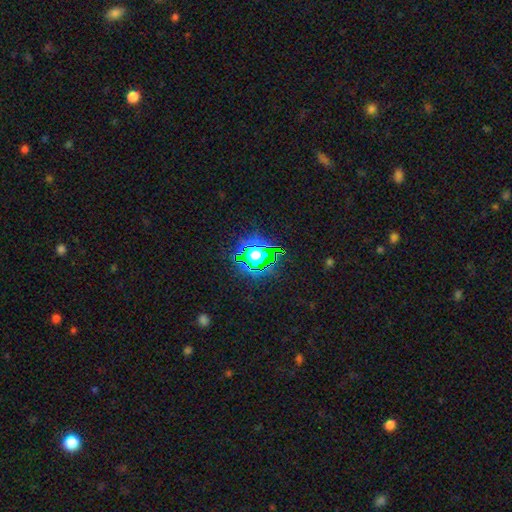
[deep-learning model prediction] Smooth or featured: star or artifact — 63% (smooth — 24%)